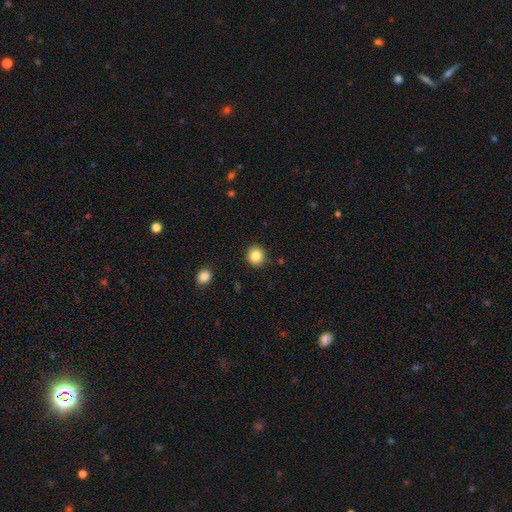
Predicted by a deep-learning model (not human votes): This is clearly a smooth galaxy (85%). How rounded: clearly round (87%). Merging: clearly none (90%).